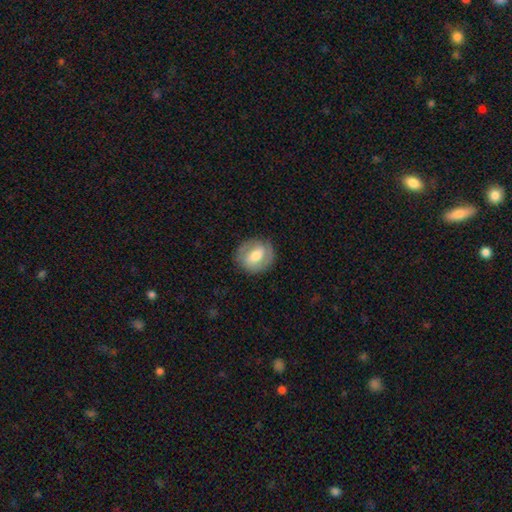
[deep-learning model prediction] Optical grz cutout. It shows a featured or disk galaxy (51%). Merging: none (83%).